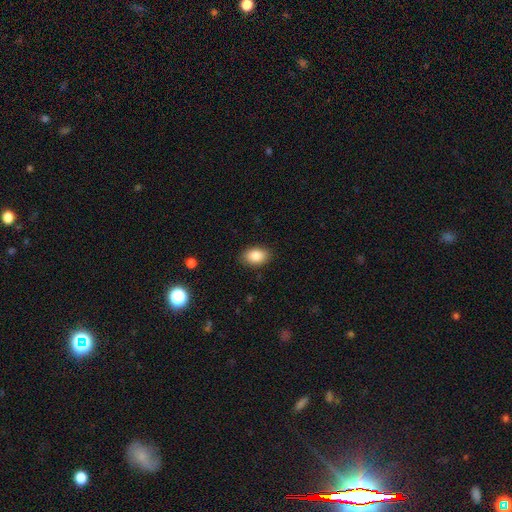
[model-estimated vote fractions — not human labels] smooth 87%, star or artifact 8%, featured or disk 5%. Down the decision tree: how rounded — in between (87%); merging — none (87%).